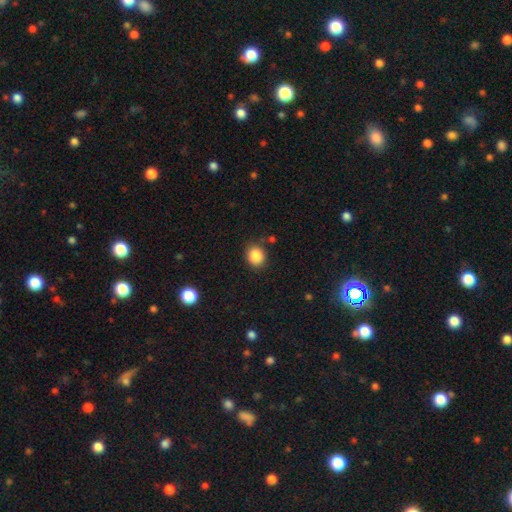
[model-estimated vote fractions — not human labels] Morphology: type=smooth (87%); roundness=round (74%); merging=none (83%).